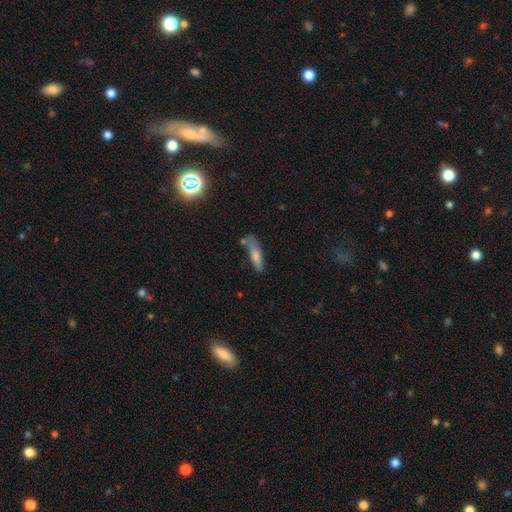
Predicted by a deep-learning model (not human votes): smooth-or-featured: smooth: 73% | featured or disk: 20% | star or artifact: 8%
  how-rounded: cigar-shaped: 70% | in between: 28% | round: 2%
  merging: none: 55% | minor disturbance: 23% | merger: 13% | major disturbance: 9%